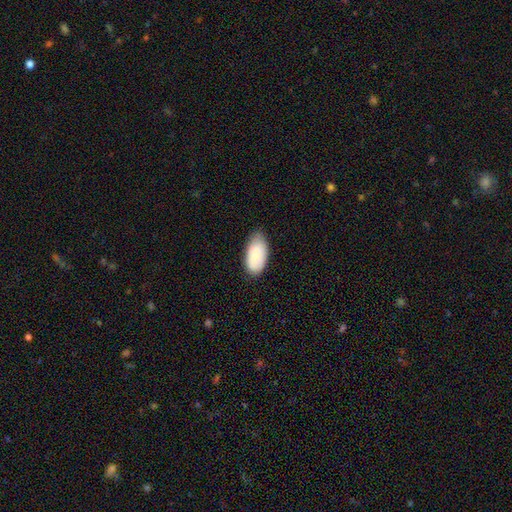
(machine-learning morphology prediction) Smooth or featured? smooth (83%)
How rounded? in between (95%)
Merging? none (70%)